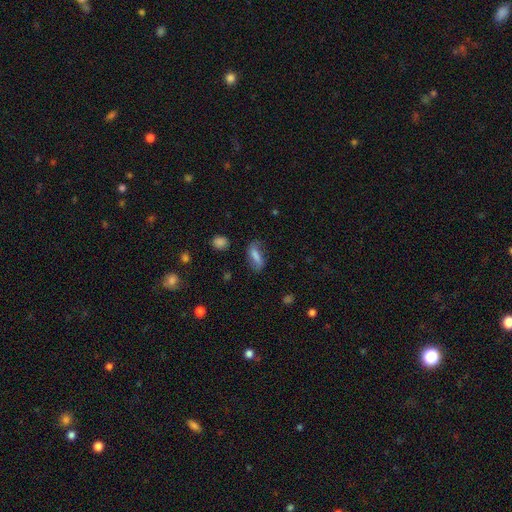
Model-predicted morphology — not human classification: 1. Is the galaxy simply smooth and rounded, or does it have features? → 71% smooth, 20% featured or disk, 9% star or artifact.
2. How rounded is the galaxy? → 60% in between, 37% cigar-shaped, 4% round.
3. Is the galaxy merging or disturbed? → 67% none, 22% minor disturbance, 9% major disturbance, 2% merger.